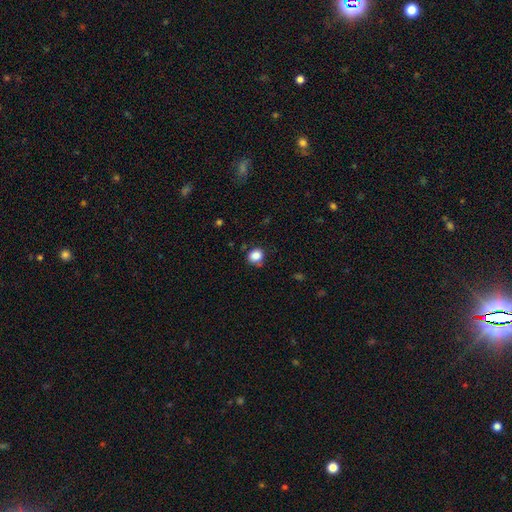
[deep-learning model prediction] smooth-or-featured: smooth: 85% | star or artifact: 11% | featured or disk: 4%
  how-rounded: round: 76% | in between: 23% | cigar-shaped: 1%
  merging: none: 75% | minor disturbance: 17% | major disturbance: 4% | merger: 4%